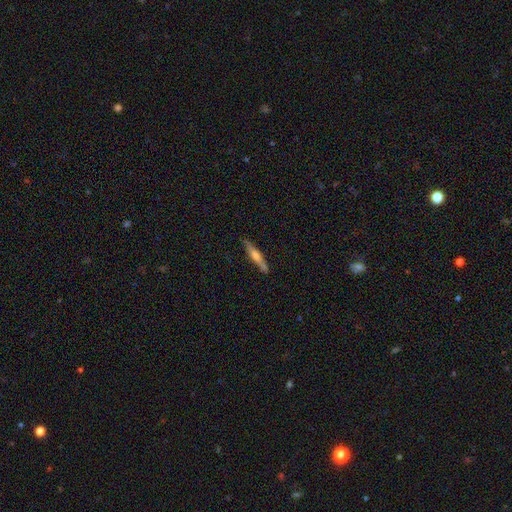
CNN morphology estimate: smooth-or-featured: featured or disk: 59% | smooth: 35% | star or artifact: 6%
  disk-edge-on: yes: 97% | no: 3%
    edge-on-bulge: rounded: 78% | boxy: 11% | none: 11%
  merging: none: 88% | minor disturbance: 9% | major disturbance: 2% | merger: 1%